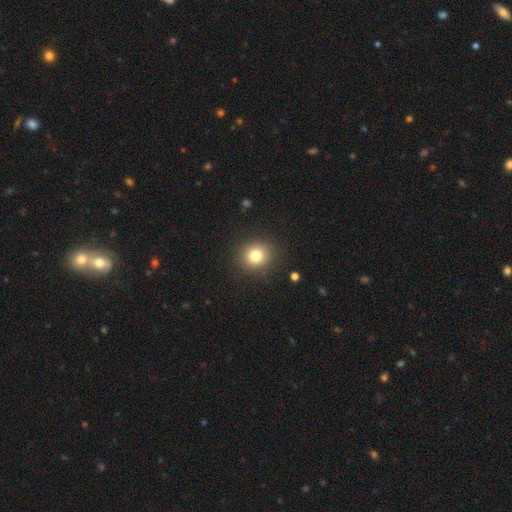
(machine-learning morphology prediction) This is likely a smooth galaxy (80%). How rounded: clearly round (86%). Merging: clearly none (90%).